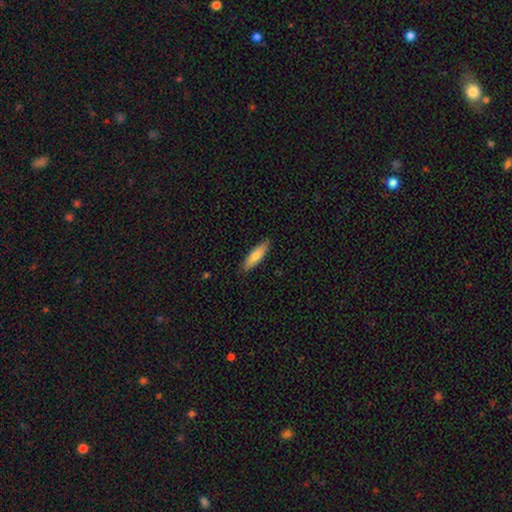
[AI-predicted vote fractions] Q: Smooth or featured?
A: smooth (79%); runner-up: featured or disk (16%)
Q: How rounded?
A: cigar-shaped (63%); runner-up: in between (35%)
Q: Merging?
A: none (87%); runner-up: minor disturbance (10%)